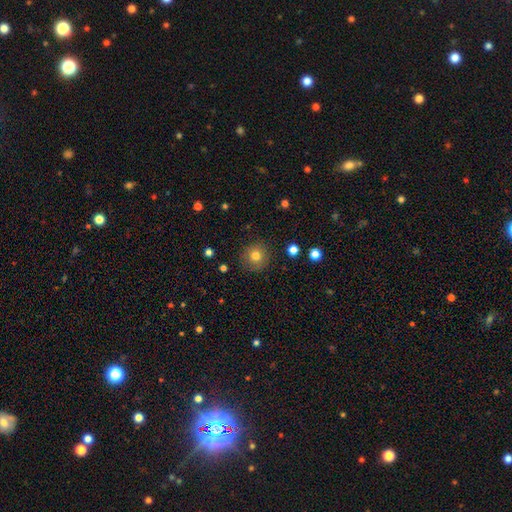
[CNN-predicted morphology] smooth 78%, star or artifact 12%, featured or disk 9%. Down the decision tree: how rounded — round (93%); merging — none (89%).